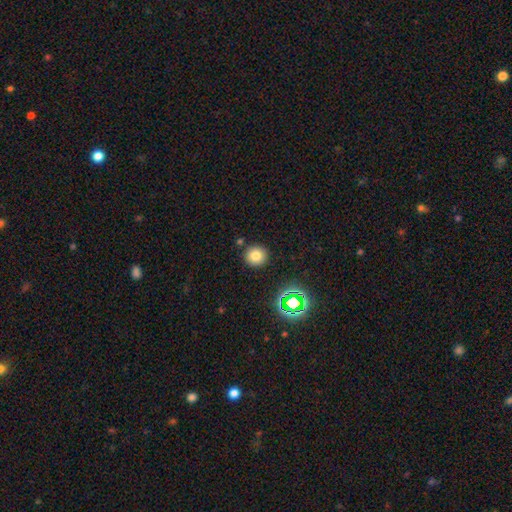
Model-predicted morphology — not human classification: This is likely a smooth galaxy (77%). How rounded: clearly round (92%). Merging: clearly none (87%).